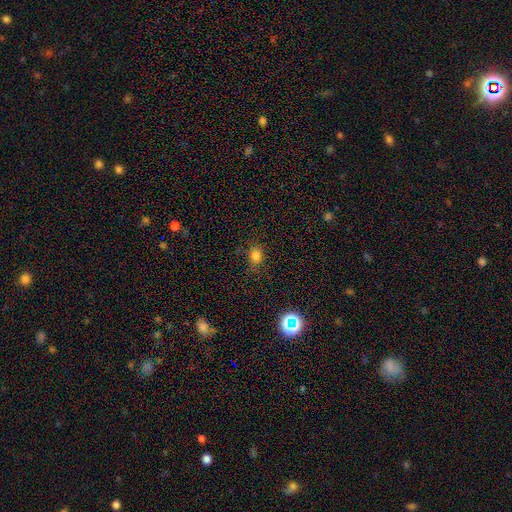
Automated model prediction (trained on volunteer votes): Morphology: type=smooth (77%); roundness=round (57%); merging=none (75%).